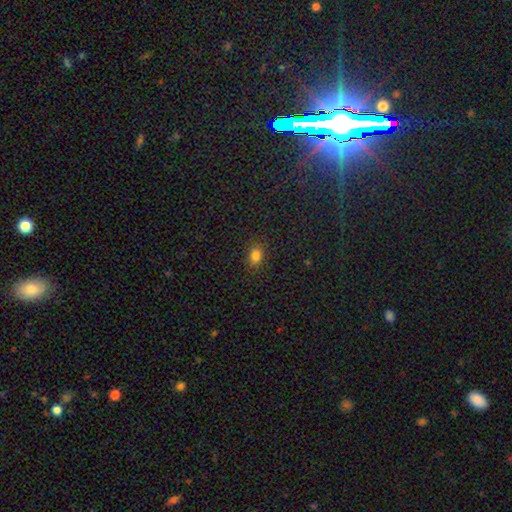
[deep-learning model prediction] A smooth galaxy with no disk features (81%) that is in between round and cigar-shaped (68%).

Vote fractions:
- Smooth or featured? smooth: 81% / star or artifact: 14% / featured or disk: 5%
- How rounded? in between: 68% / round: 30% / cigar-shaped: 2%
- Merging? none: 85% / minor disturbance: 11% / major disturbance: 3% / merger: 1%